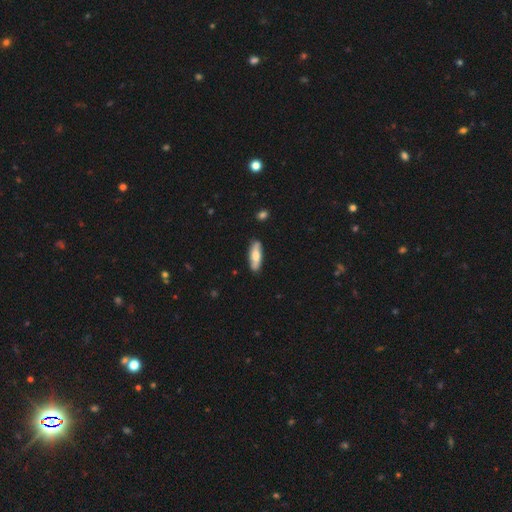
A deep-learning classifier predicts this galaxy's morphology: Smooth or featured: smooth — 64% (featured or disk — 31%)
How rounded: in between — 52% (cigar-shaped — 45%)
Merging: none — 87% (minor disturbance — 10%)